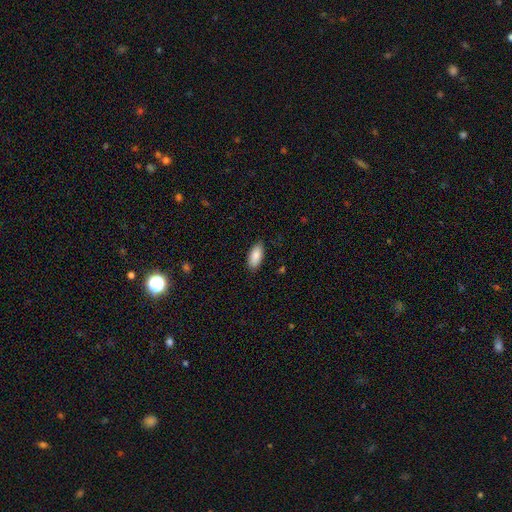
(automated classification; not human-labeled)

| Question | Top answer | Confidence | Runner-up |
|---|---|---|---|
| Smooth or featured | smooth | 88% | featured or disk (6%) |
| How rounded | in between | 89% | cigar-shaped (10%) |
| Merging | none | 85% | minor disturbance (12%) |